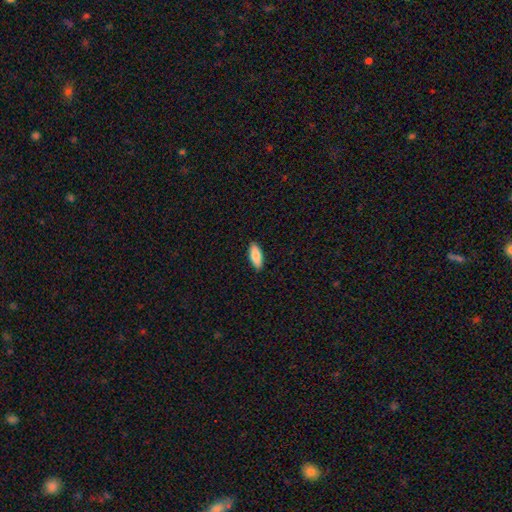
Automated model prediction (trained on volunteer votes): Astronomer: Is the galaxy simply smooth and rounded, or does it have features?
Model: smooth — 86%.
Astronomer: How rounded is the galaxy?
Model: in between — 76%.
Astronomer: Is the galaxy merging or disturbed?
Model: none — 89%.